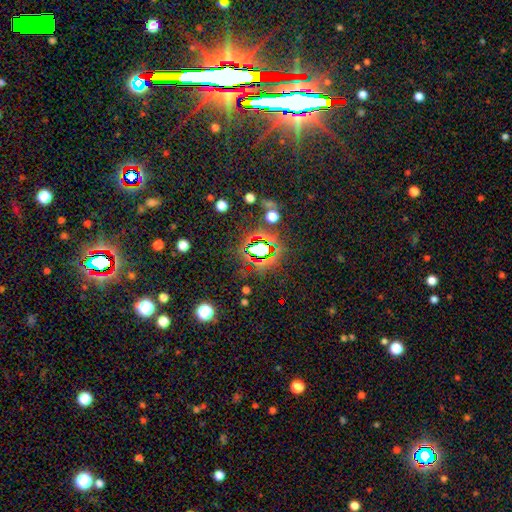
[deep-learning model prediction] Smooth or featured? star or artifact (70%)